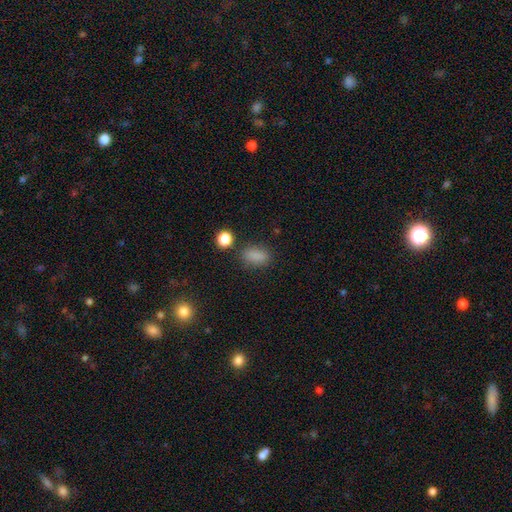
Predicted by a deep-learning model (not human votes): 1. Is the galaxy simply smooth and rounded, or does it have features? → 84% smooth, 12% star or artifact, 4% featured or disk.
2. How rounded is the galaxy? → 82% in between, 15% round, 4% cigar-shaped.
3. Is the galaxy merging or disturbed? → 78% none, 14% minor disturbance, 4% major disturbance, 4% merger.